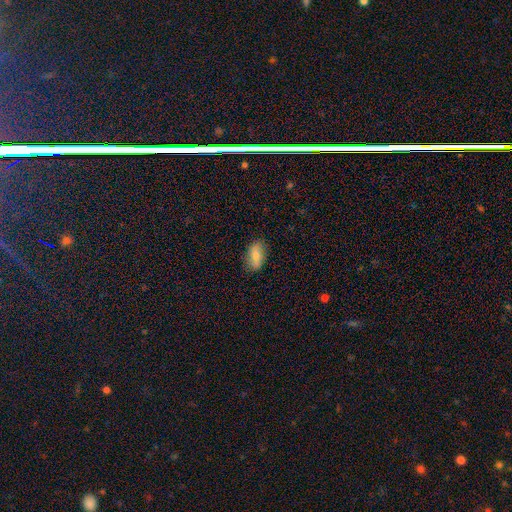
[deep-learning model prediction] Smooth or featured? Predicted: smooth (p=0.66). How rounded? Predicted: in between (p=0.87). Merging? Predicted: none (p=0.82).